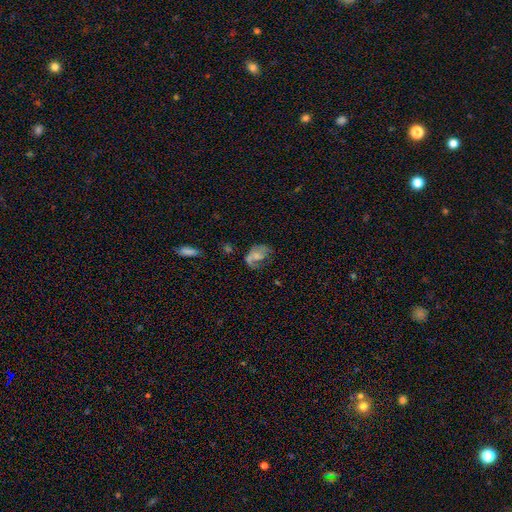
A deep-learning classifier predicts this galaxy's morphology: featured or disk 45%, smooth 44%, star or artifact 11%. Down the decision tree: merging — major disturbance (38%).